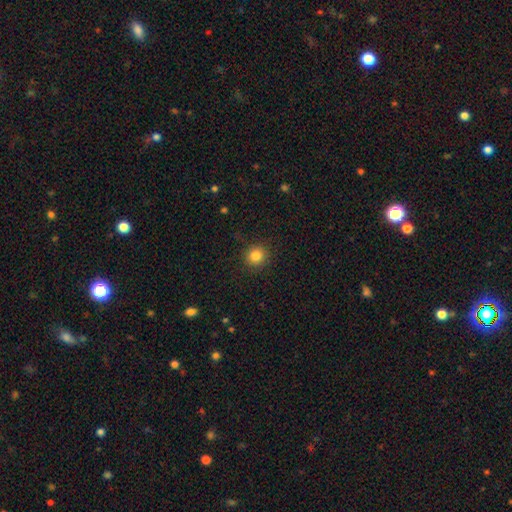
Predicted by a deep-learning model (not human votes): Smooth or featured: smooth — 84% (star or artifact — 11%)
How rounded: round — 89% (in between — 11%)
Merging: none — 90% (minor disturbance — 7%)